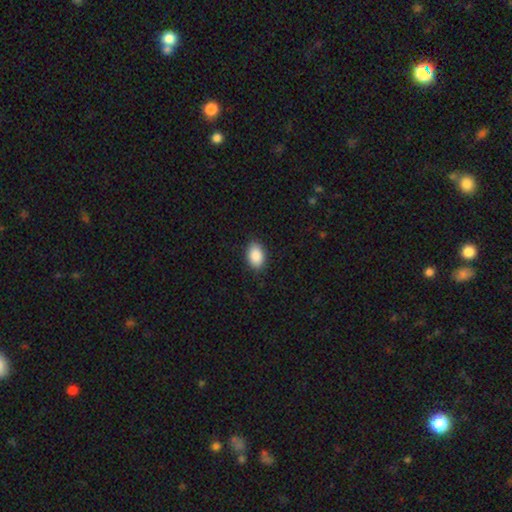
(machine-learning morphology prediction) type=smooth (89%); roundness=in between (88%); merging=none (87%).